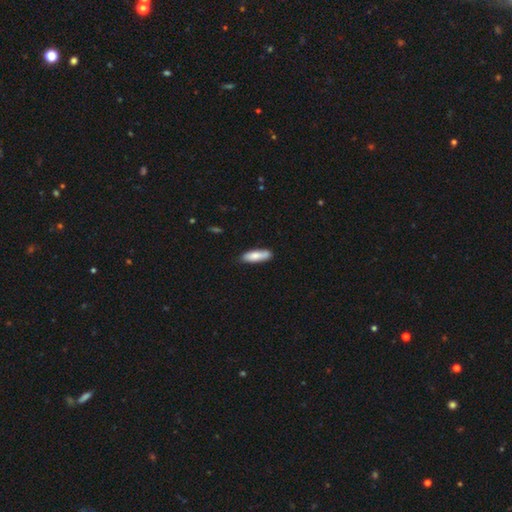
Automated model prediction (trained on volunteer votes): Overall: smooth (79%). How rounded: cigar-shaped (50%; in between 49%). Merging: none (74%).